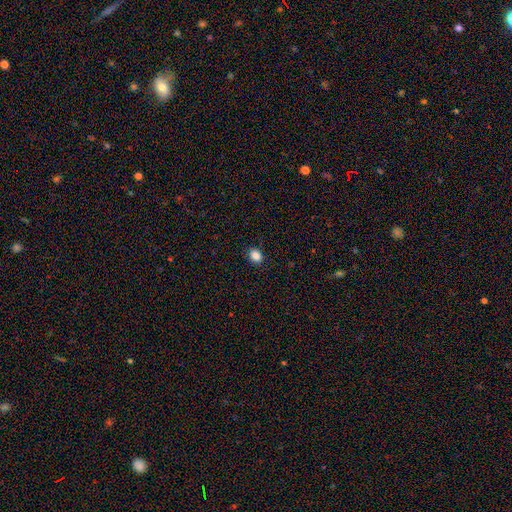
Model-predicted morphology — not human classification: Q: Smooth or featured?
A: smooth (86%); runner-up: star or artifact (10%)
Q: How rounded?
A: in between (57%); runner-up: round (42%)
Q: Merging?
A: none (88%); runner-up: minor disturbance (9%)